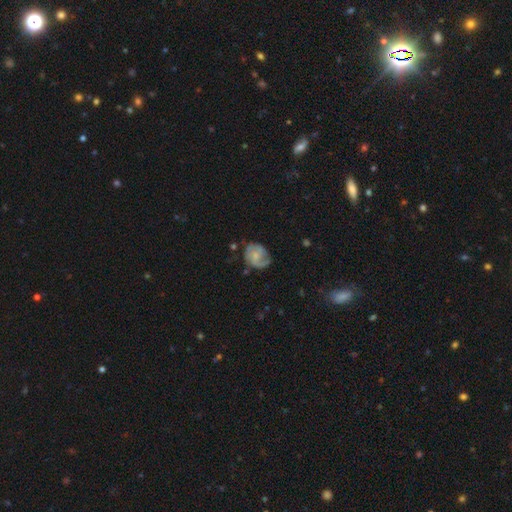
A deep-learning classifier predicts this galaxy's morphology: This is likely a featured or disk galaxy (68%). It is clearly not viewed edge-on (98%). Bar: likely no (68%). Spiral arm pattern: clearly yes (87%). Spiral arm count: possibly 2 (50%). Spiral winding: marginally medium (41%, tied with tight). Central bulge: possibly small (55%). Merging: possibly none (58%).